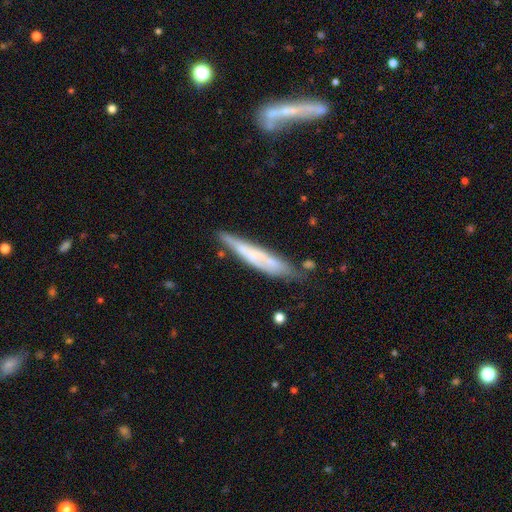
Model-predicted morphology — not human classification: Q: Smooth or featured?
A: featured or disk (49%); runner-up: smooth (43%)
Q: Merging?
A: none (64%); runner-up: minor disturbance (25%)